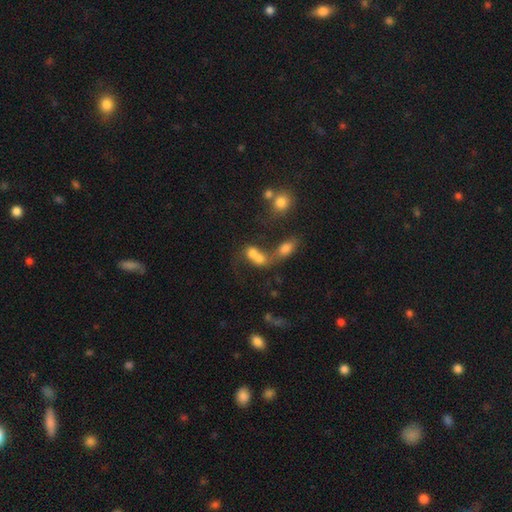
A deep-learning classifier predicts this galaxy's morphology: Smooth or featured: smooth — 63% (featured or disk — 22%)
How rounded: in between — 58% (round — 39%)
Merging: merger — 69% (none — 16%)